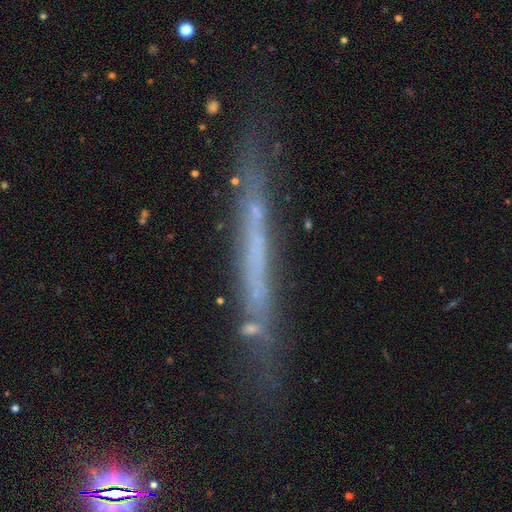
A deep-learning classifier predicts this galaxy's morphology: The model was most divided on "smooth or featured": featured or disk: 59%, smooth: 27%, star or artifact: 14%. More confident: edge-on bulge — none (90%); edge-on disk — yes (87%); merging — none (73%).